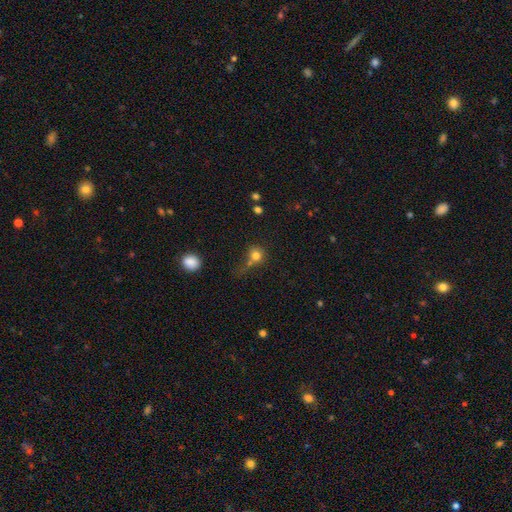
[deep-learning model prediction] Smooth or featured: smooth — 78% (star or artifact — 13%)
How rounded: round — 88% (in between — 11%)
Merging: none — 48% (merger — 28%)